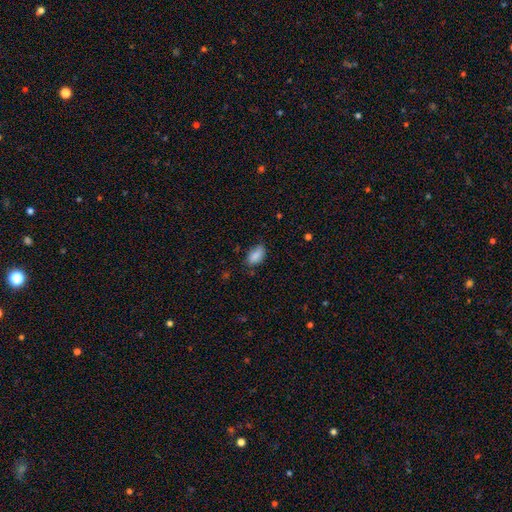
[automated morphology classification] smooth 86%, star or artifact 8%, featured or disk 7%. Down the decision tree: how rounded — in between (91%); merging — none (66%).